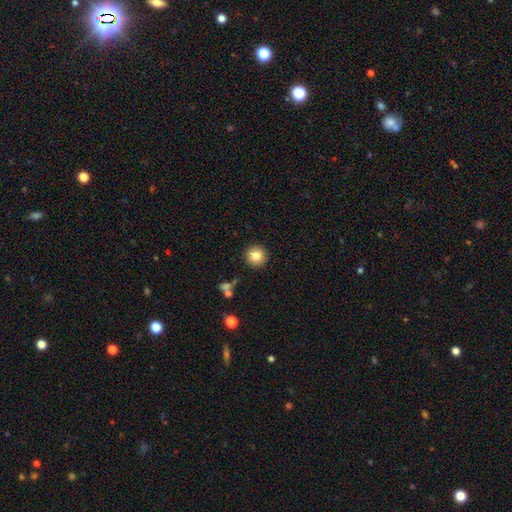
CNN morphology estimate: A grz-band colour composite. It shows a smooth galaxy with no disk features (82%) that is round (95%). Merging: none (91%).